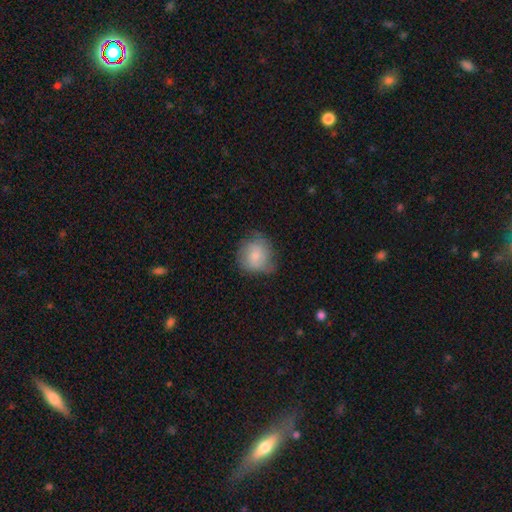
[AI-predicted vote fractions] smooth 71%, featured or disk 21%, star or artifact 7%. Down the decision tree: how rounded — round (78%); merging — none (55%).